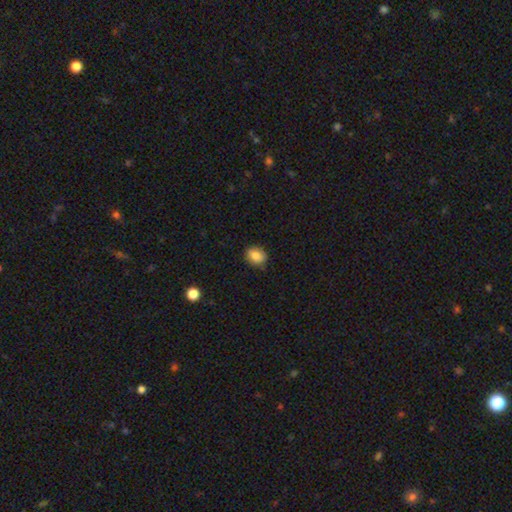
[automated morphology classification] smooth-or-featured: smooth: 85% | star or artifact: 9% | featured or disk: 6%
  how-rounded: in between: 52% | round: 47% | cigar-shaped: 1%
  merging: none: 85% | minor disturbance: 12% | major disturbance: 2% | merger: 1%